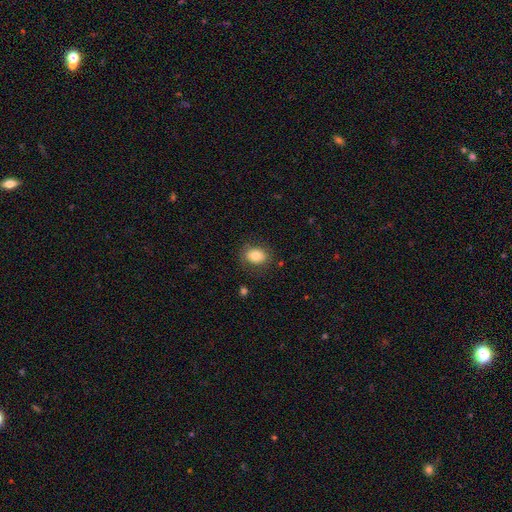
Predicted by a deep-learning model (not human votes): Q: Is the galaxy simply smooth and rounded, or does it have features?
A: smooth — 80%.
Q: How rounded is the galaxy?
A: in between — 60%.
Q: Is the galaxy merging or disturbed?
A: none — 82%.